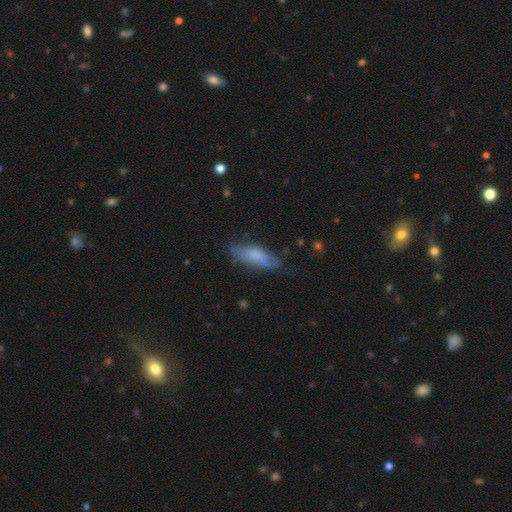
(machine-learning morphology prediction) Smooth or featured? smooth (67%)
How rounded? in between (56%)
Merging? none (61%)